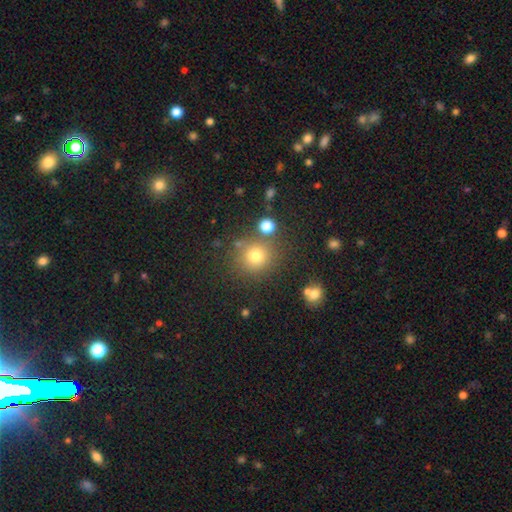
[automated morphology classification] smooth-or-featured: smooth: 75% | star or artifact: 16% | featured or disk: 8%
  how-rounded: round: 91% | in between: 8% | cigar-shaped: 1%
  merging: none: 78% | minor disturbance: 10% | merger: 8% | major disturbance: 4%